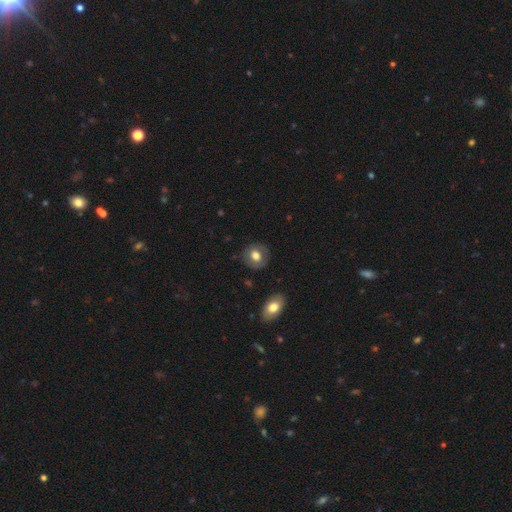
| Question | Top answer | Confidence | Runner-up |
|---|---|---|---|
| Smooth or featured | smooth | 79% | featured or disk (13%) |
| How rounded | round | 84% | in between (16%) |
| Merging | none | 86% | minor disturbance (8%) |